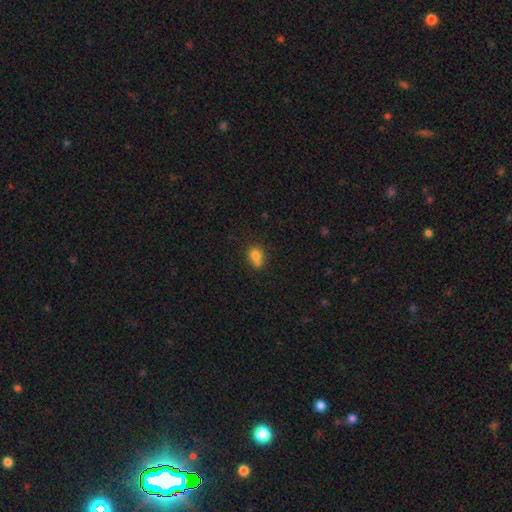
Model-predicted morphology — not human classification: Smooth or featured? smooth (76%)
How rounded? round (64%)
Merging? none (42%)